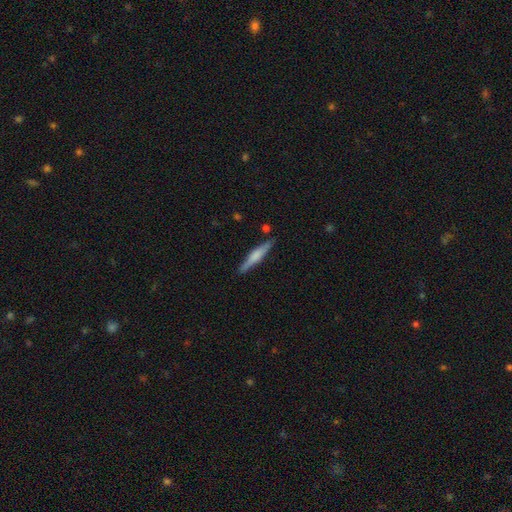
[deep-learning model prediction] smooth-or-featured: featured or disk: 48% | smooth: 46% | star or artifact: 6%
  merging: none: 85% | minor disturbance: 11% | merger: 2% | major disturbance: 2%